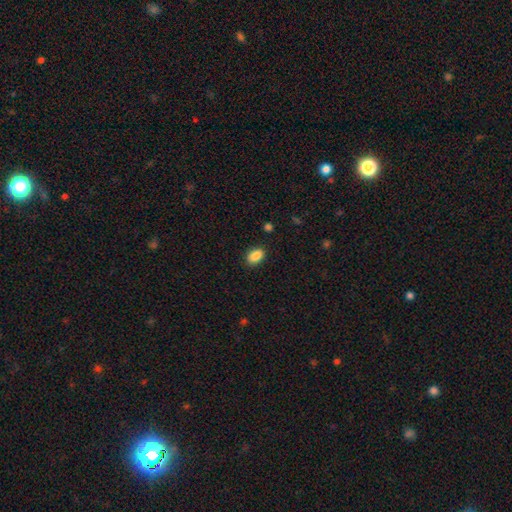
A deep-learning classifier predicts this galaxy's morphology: Smooth or featured: smooth — 88% (star or artifact — 8%)
How rounded: in between — 86% (round — 12%)
Merging: none — 88% (minor disturbance — 9%)